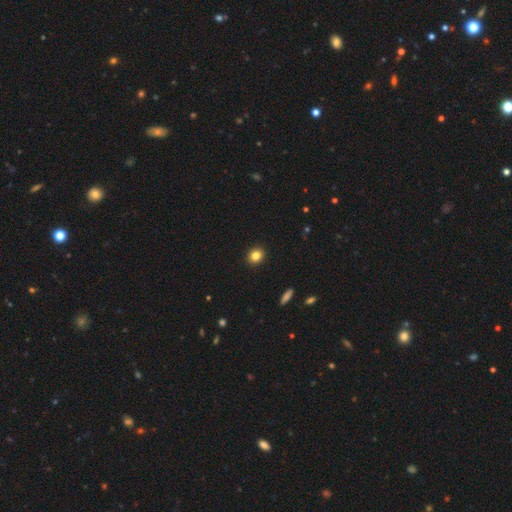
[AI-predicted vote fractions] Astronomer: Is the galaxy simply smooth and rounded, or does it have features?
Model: smooth — 83%.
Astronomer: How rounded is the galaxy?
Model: round — 74%.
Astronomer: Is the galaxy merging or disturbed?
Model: none — 92%.